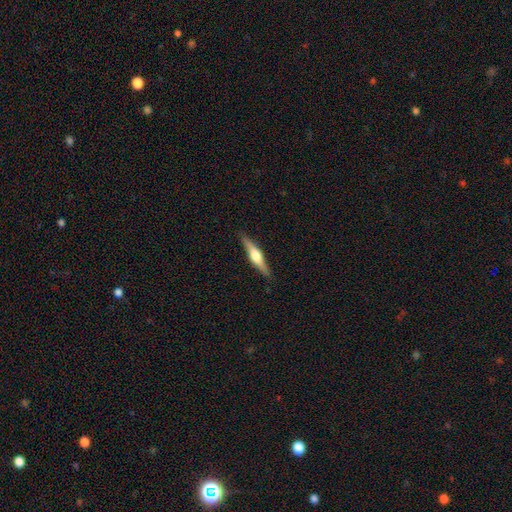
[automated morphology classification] Overall: featured or disk (67%; smooth 28%). Edge-on disk: yes (97%). Edge-on bulge: rounded (90%). Merging: none (89%).